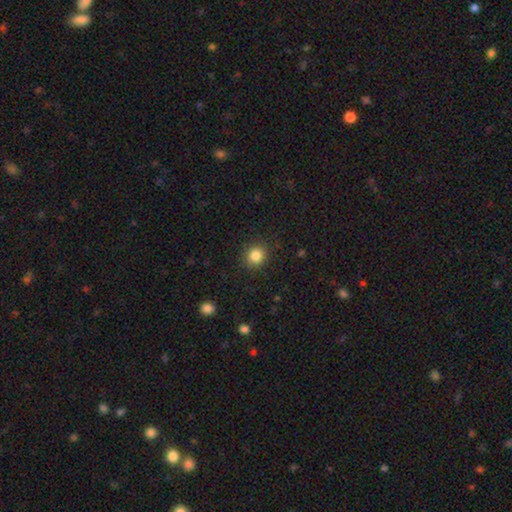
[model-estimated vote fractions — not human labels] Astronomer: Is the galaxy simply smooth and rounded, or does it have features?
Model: smooth — 84%.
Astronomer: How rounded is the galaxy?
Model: round — 86%.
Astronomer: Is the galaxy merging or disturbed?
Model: none — 89%.